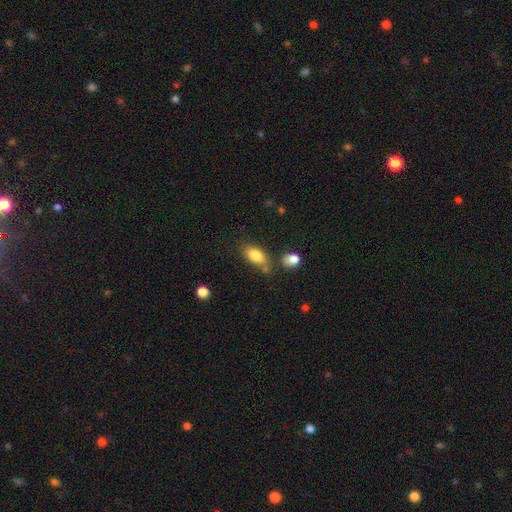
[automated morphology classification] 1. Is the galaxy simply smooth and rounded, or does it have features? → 82% smooth, 10% featured or disk, 8% star or artifact.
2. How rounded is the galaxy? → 88% in between, 8% cigar-shaped, 5% round.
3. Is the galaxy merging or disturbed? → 63% none, 18% minor disturbance, 14% merger, 5% major disturbance.